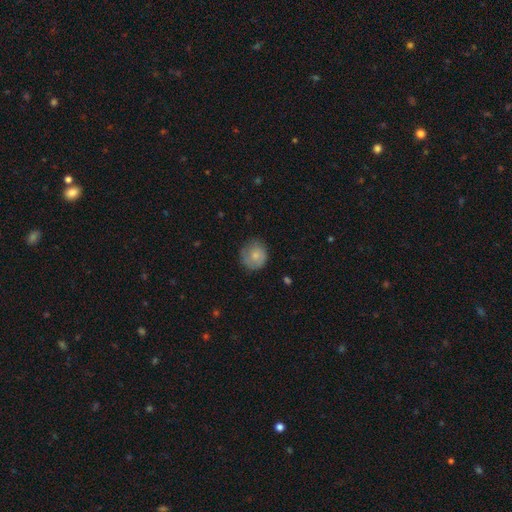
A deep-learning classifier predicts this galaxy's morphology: A smooth galaxy with no disk features (74%) that is round (87%).

Vote fractions:
- Smooth or featured? smooth: 74% / featured or disk: 18% / star or artifact: 7%
- How rounded? round: 87% / in between: 12% / cigar-shaped: 1%
- Merging? none: 73% / minor disturbance: 20% / major disturbance: 6% / merger: 1%